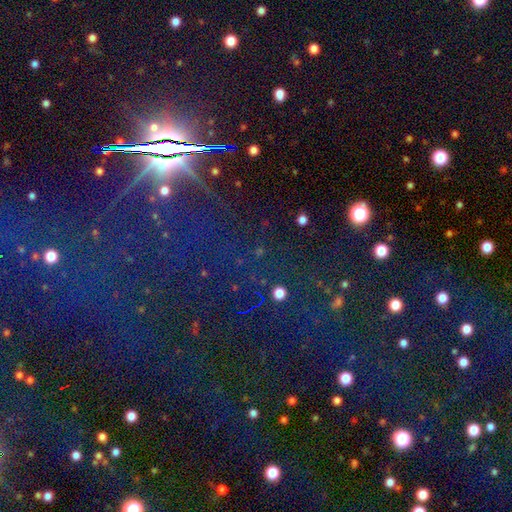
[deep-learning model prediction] Smooth or featured? star or artifact (84%)